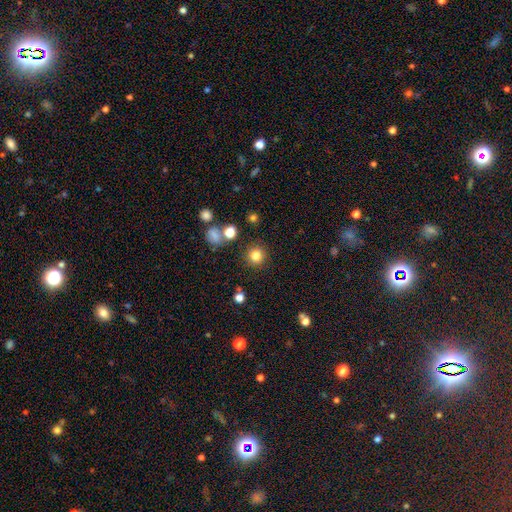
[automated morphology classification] Smooth or featured? smooth (81%)
How rounded? round (94%)
Merging? none (87%)